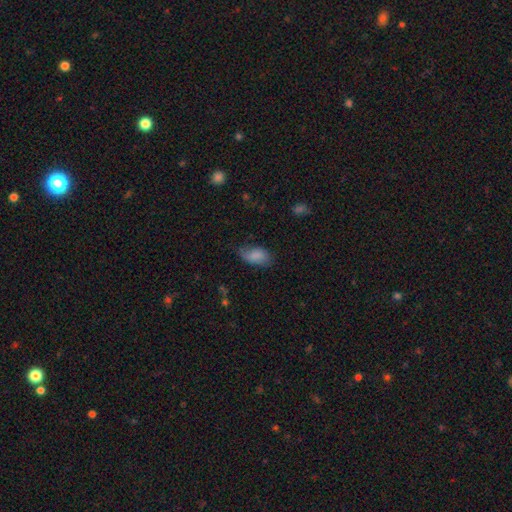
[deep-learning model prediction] A smooth galaxy with no disk features (81%) that is in between round and cigar-shaped (93%). Merging: none (55%).